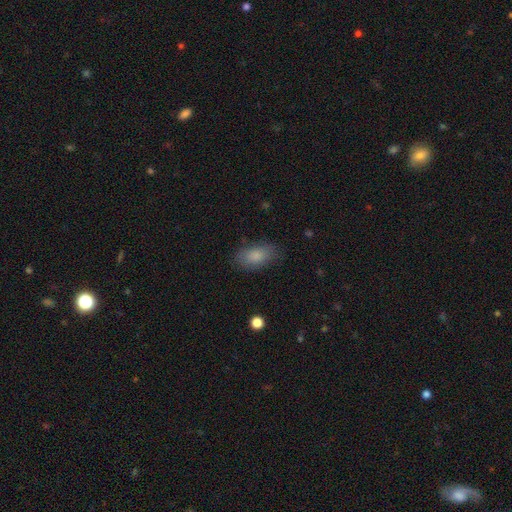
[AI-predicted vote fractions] Smooth or featured? Predicted: smooth (p=0.85). How rounded? Predicted: in between (p=0.91). Merging? Predicted: none (p=0.80).